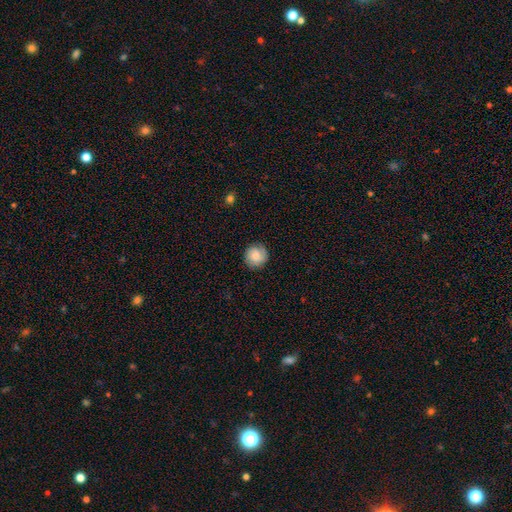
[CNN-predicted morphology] This is likely a smooth galaxy (79%). How rounded: clearly round (93%). Merging: clearly none (86%).